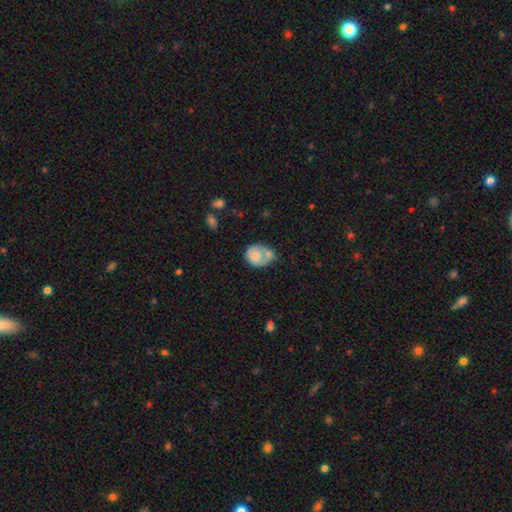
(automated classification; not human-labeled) Morphology: type=smooth (67%); roundness=round (61%); merging=merger (36%).